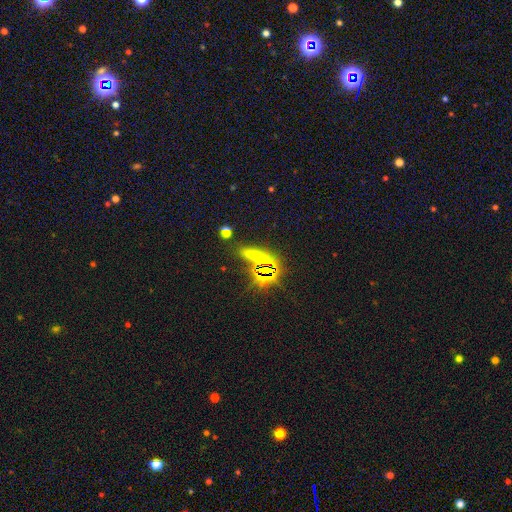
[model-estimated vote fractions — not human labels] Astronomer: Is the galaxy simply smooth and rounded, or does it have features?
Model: star or artifact — 48% (runner-up: smooth, 41%).